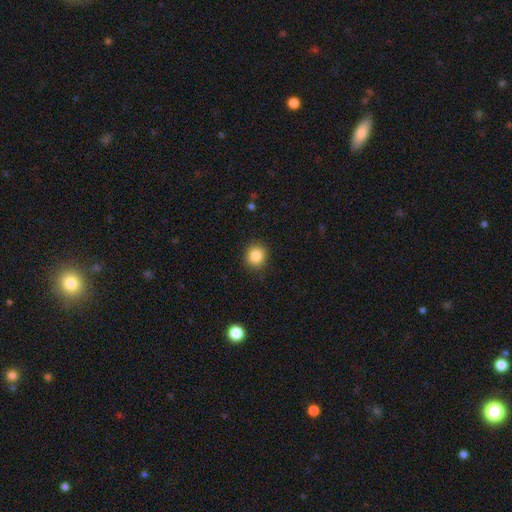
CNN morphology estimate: This is clearly a smooth galaxy (86%). How rounded: clearly round (87%). Merging: clearly none (88%).